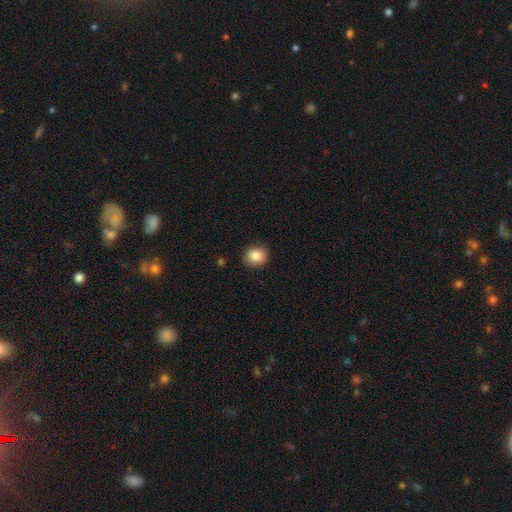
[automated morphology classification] Smooth or featured? smooth (84%)
How rounded? round (81%)
Merging? none (89%)